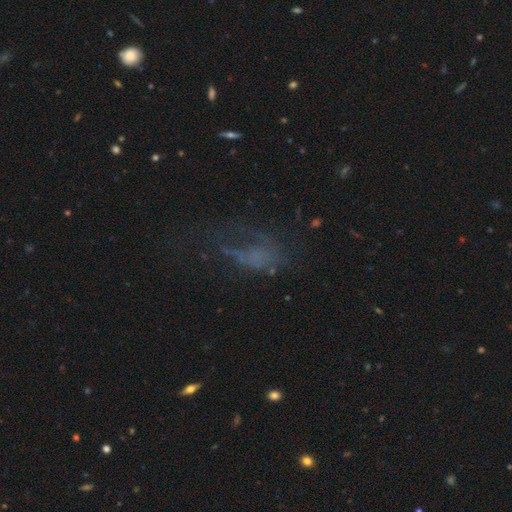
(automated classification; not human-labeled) The model was most divided on "smooth or featured": featured or disk: 37%, smooth: 34%, star or artifact: 29%. Remaining: merging — major disturbance (44%).